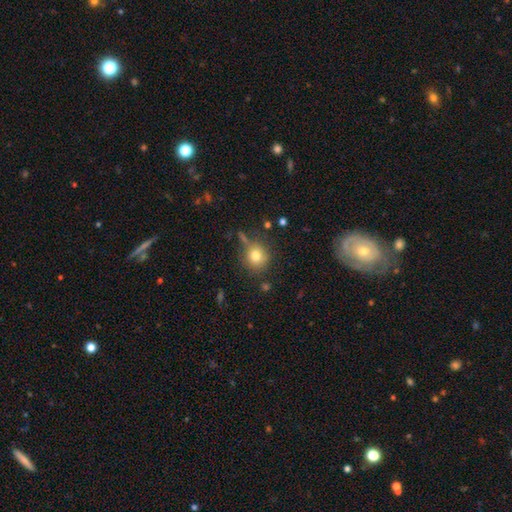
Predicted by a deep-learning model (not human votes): Overall: smooth (78%). How rounded: round (86%). Merging: none (74%).